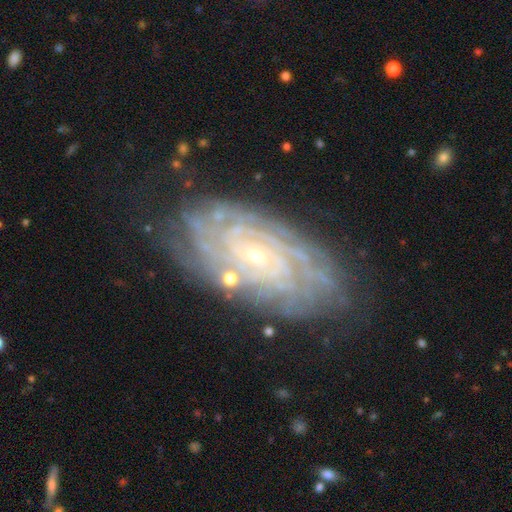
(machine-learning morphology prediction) The model was most divided on "spiral arm count": can't tell: 37%, more than 4: 18%, 4: 17%, 2: 11%, 3: 11%, 1: 6%. More confident: spiral arms — yes (96%); edge-on disk — no (94%); smooth or featured — featured or disk (86%); spiral winding — tight (81%); bulge size — small (79%); merging — none (76%); bar — no (65%).